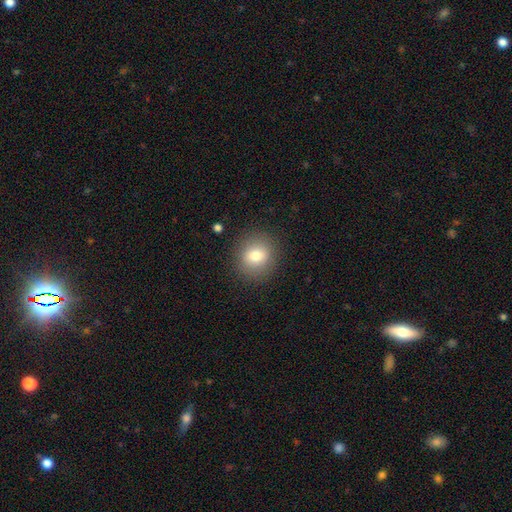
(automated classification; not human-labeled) A smooth galaxy with no disk features (77%) that is round (82%).

Vote fractions:
- Smooth or featured? smooth: 77% / featured or disk: 13% / star or artifact: 10%
- How rounded? round: 82% / in between: 17% / cigar-shaped: 1%
- Merging? none: 88% / minor disturbance: 8% / major disturbance: 3% / merger: 1%